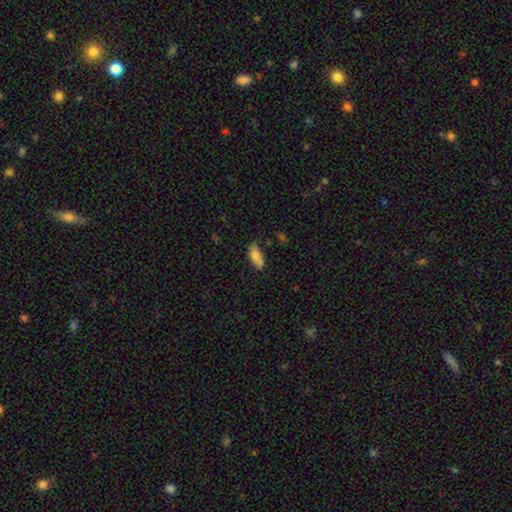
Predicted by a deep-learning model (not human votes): Smooth or featured? Predicted: smooth (p=0.76). How rounded? Predicted: in between (p=0.86). Merging? Predicted: none (p=0.63).